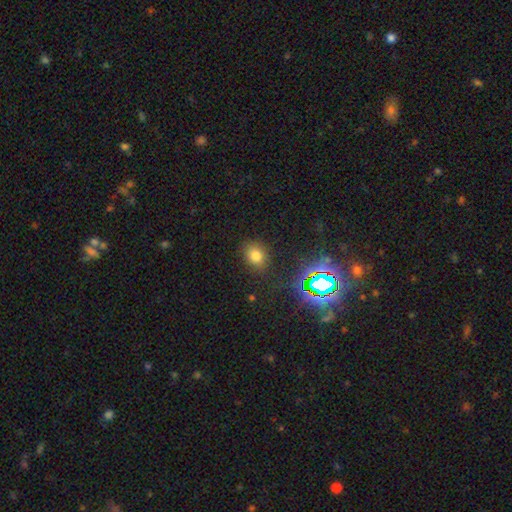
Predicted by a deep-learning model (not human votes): Smooth or featured?
  - smooth: 73% *
  - star or artifact: 20%
  - featured or disk: 7%
How rounded?
  - round: 52% *
  - in between: 47%
  - cigar-shaped: 1%
Merging?
  - none: 82% *
  - minor disturbance: 12%
  - major disturbance: 4%
  - merger: 2%